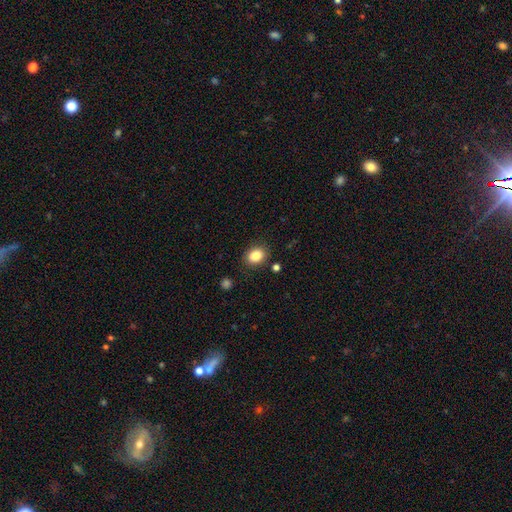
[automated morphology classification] Smooth or featured? Predicted: smooth (p=0.85). How rounded? Predicted: in between (p=0.55). Merging? Predicted: none (p=0.86).